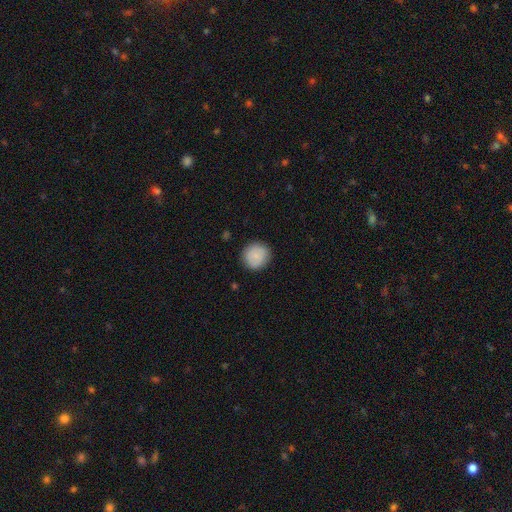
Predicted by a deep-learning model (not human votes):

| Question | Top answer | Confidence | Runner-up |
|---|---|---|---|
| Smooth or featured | smooth | 84% | featured or disk (10%) |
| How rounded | round | 93% | in between (6%) |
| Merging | none | 88% | minor disturbance (9%) |